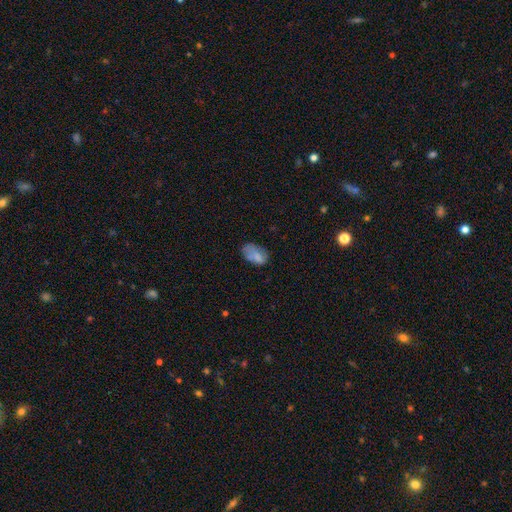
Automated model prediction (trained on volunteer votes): Smooth or featured? smooth (74%)
How rounded? in between (92%)
Merging? none (48%)